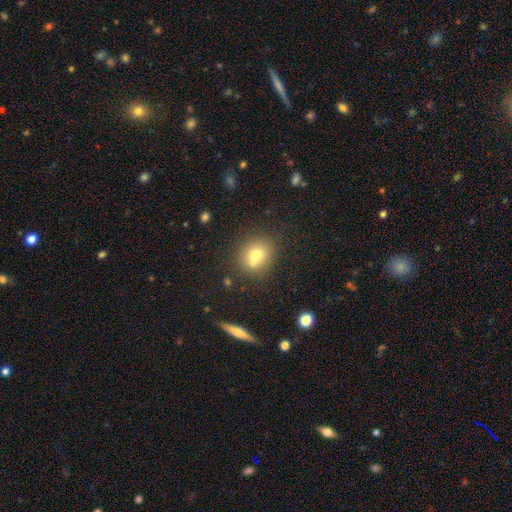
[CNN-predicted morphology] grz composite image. It shows a smooth galaxy with no disk features (68%) that is round (79%). Merging: none (51%).